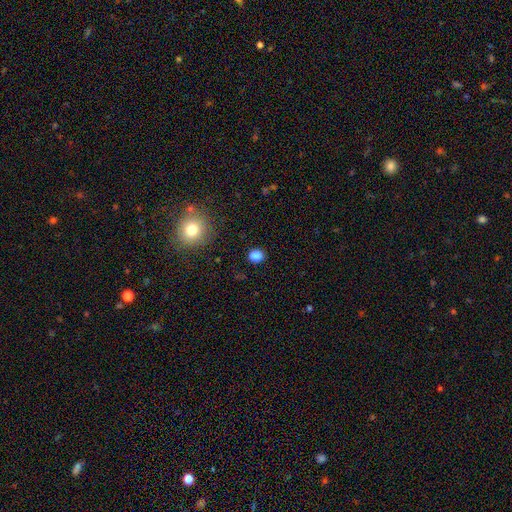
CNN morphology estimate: This appears to be a smooth galaxy with no disk features (84%) that is round (70%). Merging: none (89%).